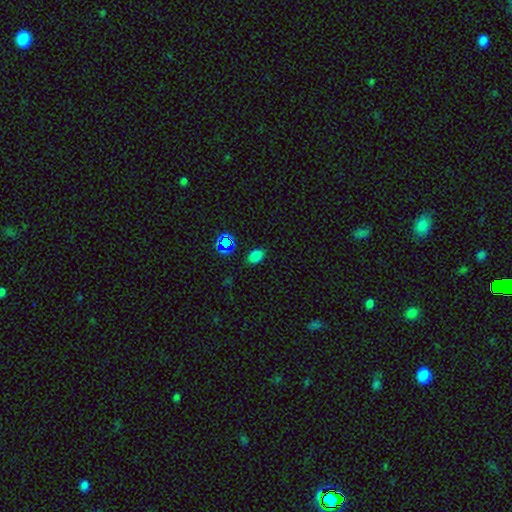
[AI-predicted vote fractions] This appears to be a smooth galaxy with no disk features (75%) that is in between round and cigar-shaped (81%). Merging: none (82%).